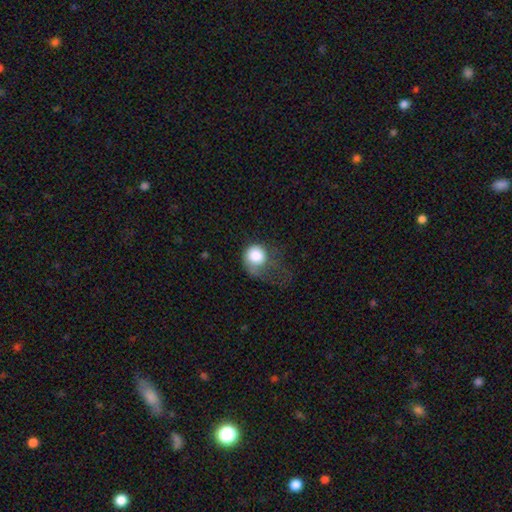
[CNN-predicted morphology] The model was most divided on "merging": major disturbance: 50%, minor disturbance: 26%, none: 22%, merger: 3%. More confident: smooth or featured — smooth (80%); how rounded — round (79%).